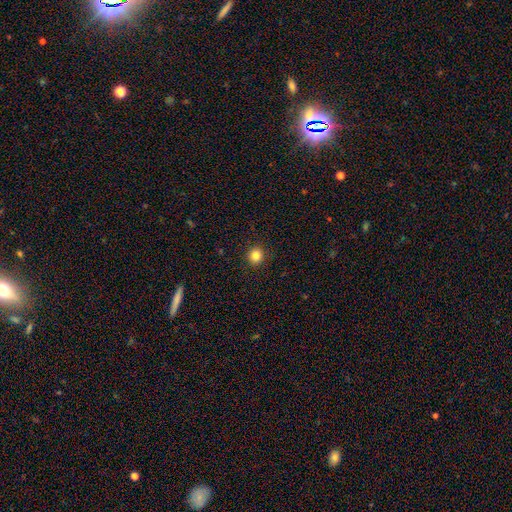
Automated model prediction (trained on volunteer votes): smooth_or_featured: smooth (p=0.84) [alt: star or artifact p=0.12]
how_rounded: round (p=0.92) [alt: in between p=0.07]
merging: none (p=0.92) [alt: minor disturbance p=0.05]